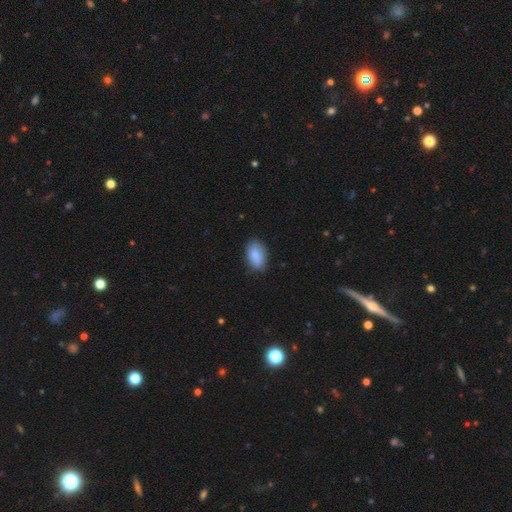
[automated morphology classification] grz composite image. It shows a smooth galaxy with no disk features (88%) that is in between round and cigar-shaped (92%). Merging: none (81%).